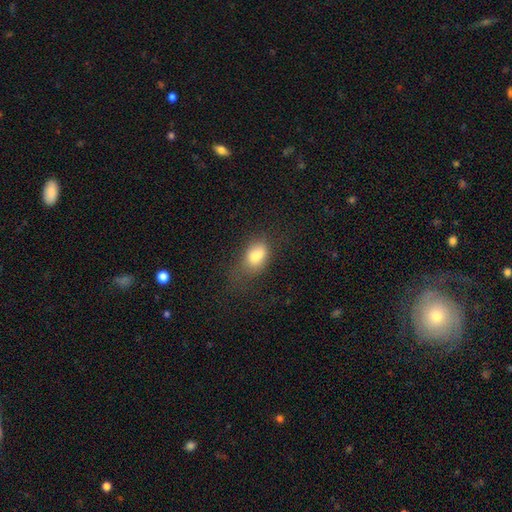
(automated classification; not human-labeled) This is likely a smooth galaxy (72%). How rounded: likely in between (77%). Merging: marginally none (38%).